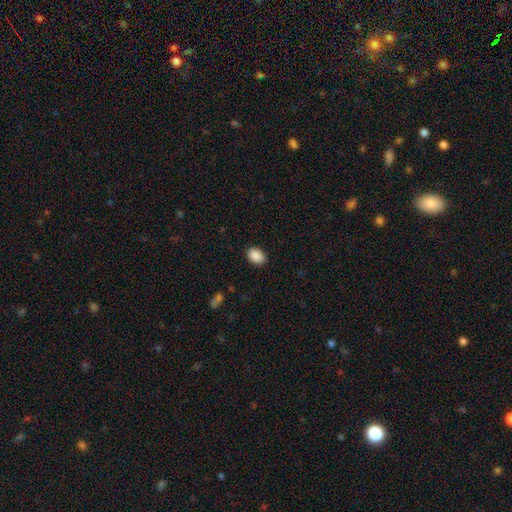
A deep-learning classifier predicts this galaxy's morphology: Q: Smooth or featured?
A: smooth (89%); runner-up: star or artifact (8%)
Q: How rounded?
A: in between (75%); runner-up: round (24%)
Q: Merging?
A: none (88%); runner-up: minor disturbance (9%)